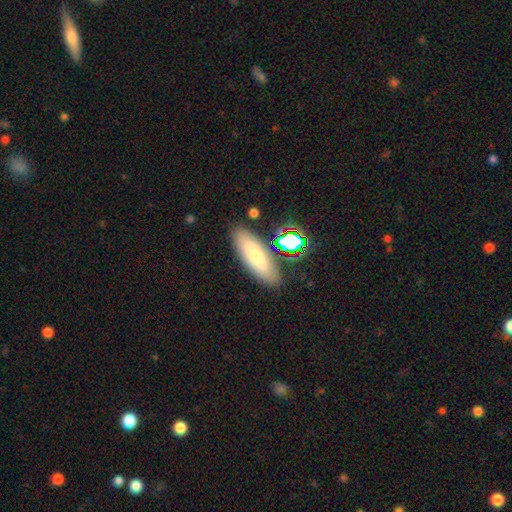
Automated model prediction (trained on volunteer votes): Smooth or featured: smooth — 70% (featured or disk — 20%)
How rounded: in between — 57% (cigar-shaped — 41%)
Merging: none — 81% (minor disturbance — 11%)